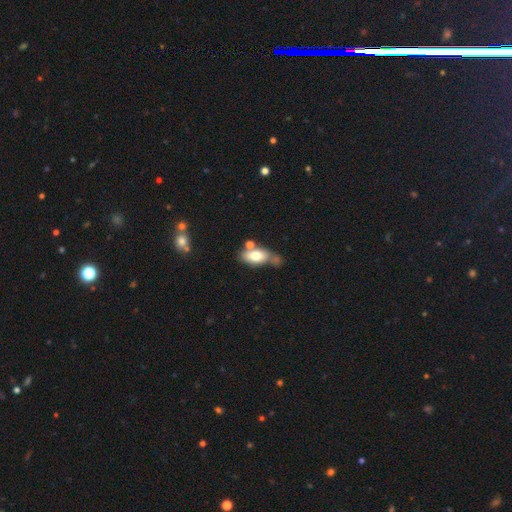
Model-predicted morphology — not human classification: Smooth or featured: smooth — 71% (featured or disk — 22%)
How rounded: in between — 87% (cigar-shaped — 8%)
Merging: none — 42% (merger — 28%)